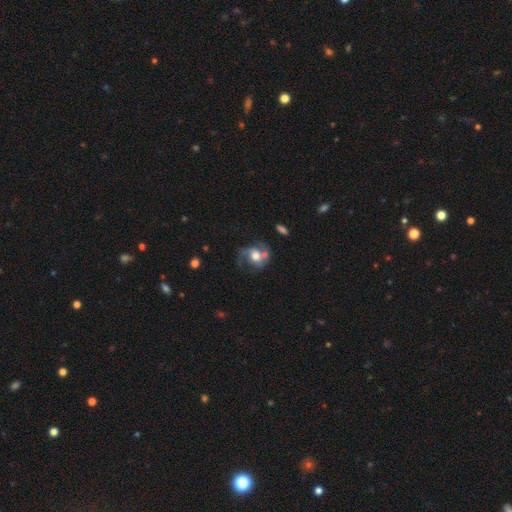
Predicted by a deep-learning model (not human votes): featured or disk 59%, smooth 33%, star or artifact 8%. Down the decision tree: edge-on disk — no (97%); bar — no (65%); spiral arms — yes (81%); bulge size — moderate (57%); merging — none (42%).